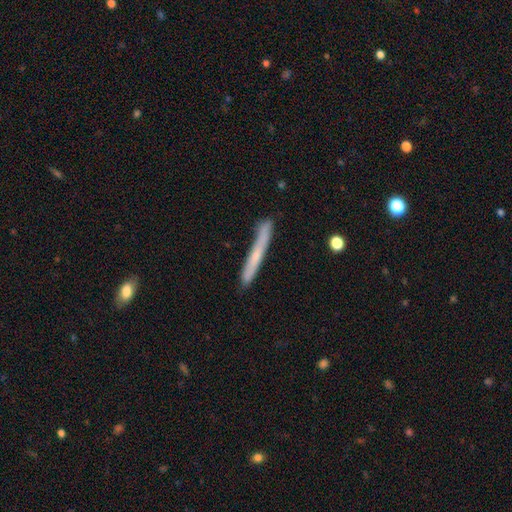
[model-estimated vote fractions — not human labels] smooth_or_featured: smooth (p=0.56) [alt: featured or disk p=0.38]
how_rounded: cigar-shaped (p=0.97) [alt: in between p=0.02]
merging: none (p=0.82) [alt: minor disturbance p=0.13]